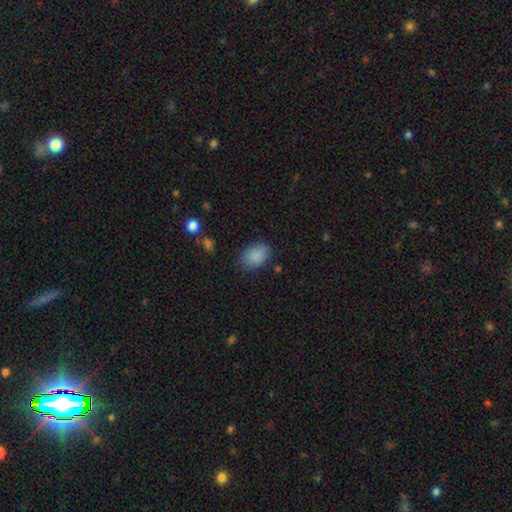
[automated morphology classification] type=smooth (88%); roundness=in between (84%); merging=none (81%).